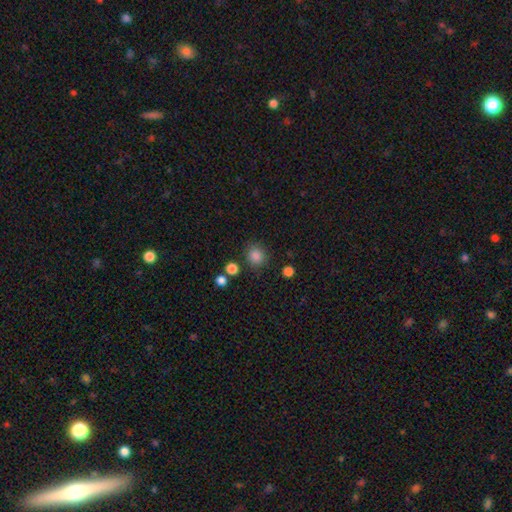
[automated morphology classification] smooth-or-featured: smooth: 85% | star or artifact: 11% | featured or disk: 4%
  how-rounded: round: 82% | in between: 17% | cigar-shaped: 1%
  merging: none: 83% | minor disturbance: 10% | merger: 4% | major disturbance: 4%